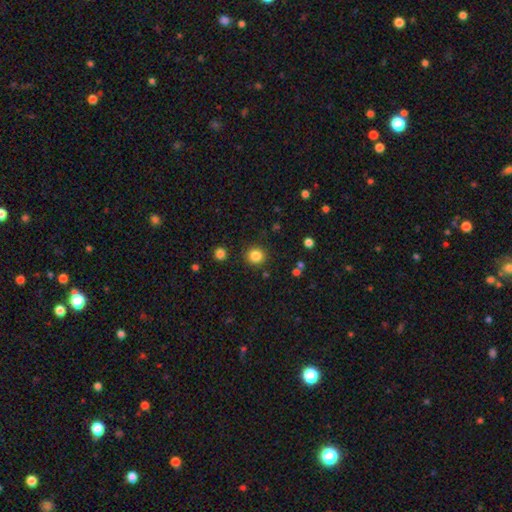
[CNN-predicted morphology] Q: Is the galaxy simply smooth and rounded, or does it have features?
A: smooth — 84%.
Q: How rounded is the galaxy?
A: round — 92%.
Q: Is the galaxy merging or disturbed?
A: none — 89%.